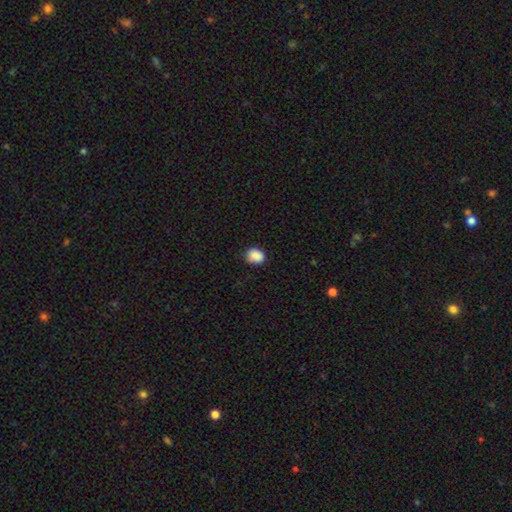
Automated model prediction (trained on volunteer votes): Morphology: type=smooth (88%); roundness=in between (50%); merging=none (81%).